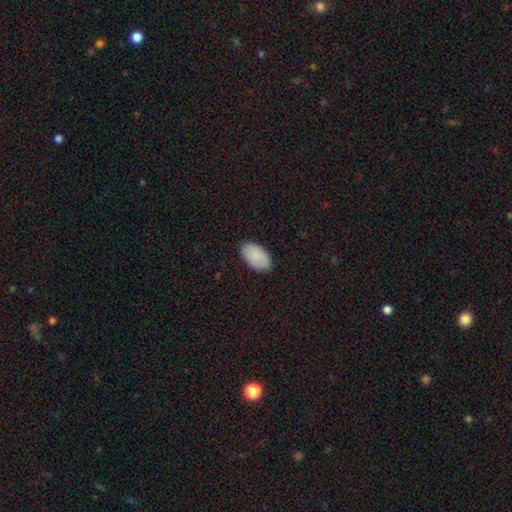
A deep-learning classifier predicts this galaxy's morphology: smooth-or-featured: smooth: 87% | featured or disk: 7% | star or artifact: 6%
  how-rounded: in between: 95% | round: 4% | cigar-shaped: 1%
  merging: none: 84% | minor disturbance: 13% | major disturbance: 2% | merger: 1%